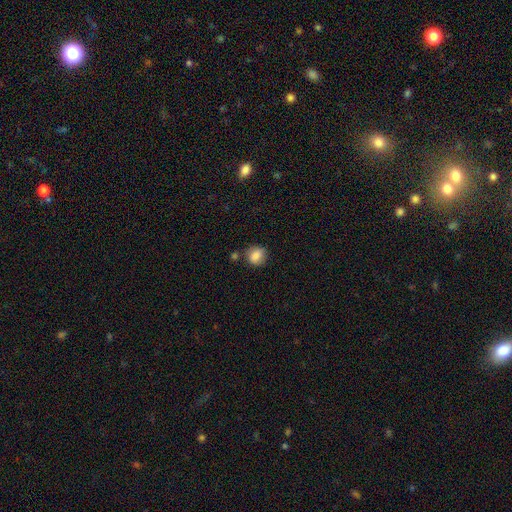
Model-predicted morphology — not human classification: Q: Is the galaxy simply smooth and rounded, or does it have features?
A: smooth — 83%.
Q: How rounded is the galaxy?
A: round — 76%.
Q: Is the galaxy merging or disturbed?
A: none — 72%.